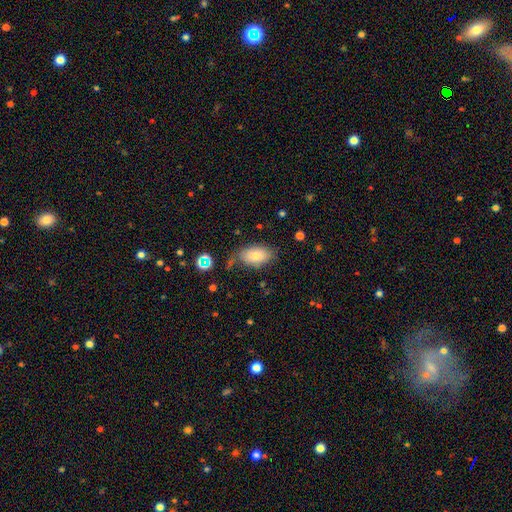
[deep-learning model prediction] This is likely a smooth galaxy (78%). How rounded: clearly in between (93%). Merging: likely none (65%).